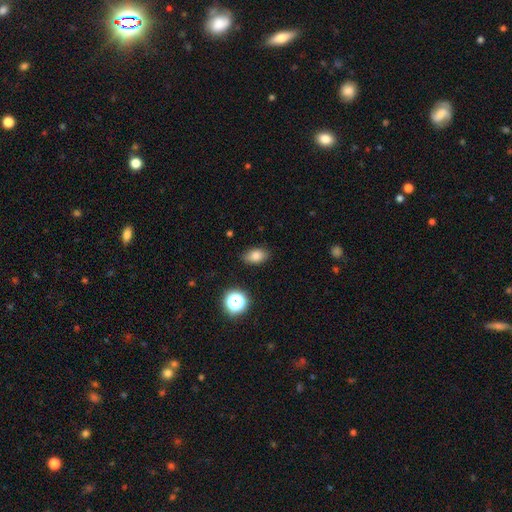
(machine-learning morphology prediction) Smooth or featured: smooth — 81% (star or artifact — 11%)
How rounded: in between — 85% (round — 13%)
Merging: none — 85% (minor disturbance — 11%)